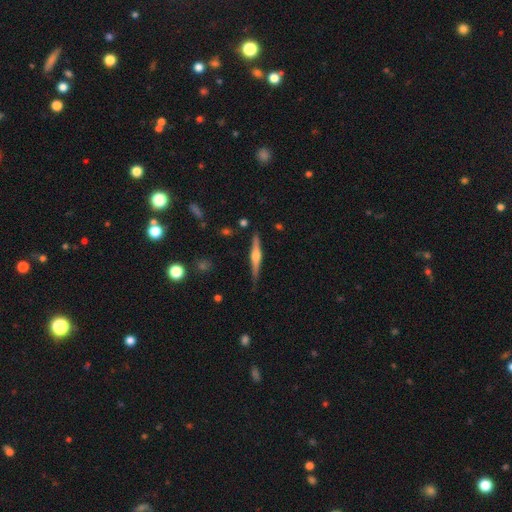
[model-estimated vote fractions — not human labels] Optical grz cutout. It shows a featured or disk galaxy (73%) viewed edge-on (98%) with a rounded central bulge (89%). Merging: none (84%).